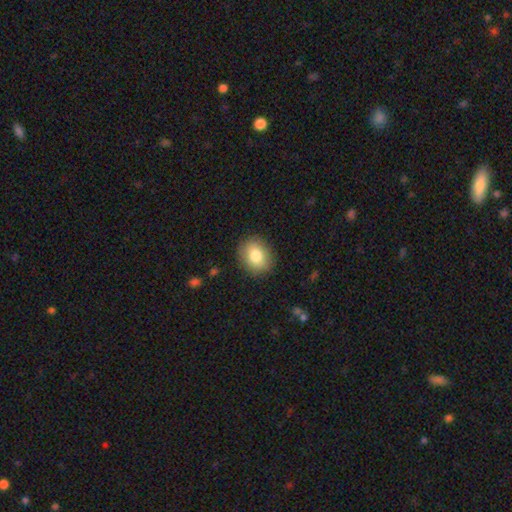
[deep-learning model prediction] A smooth galaxy with no disk features (81%) that is round (57%). Merging: none (88%).